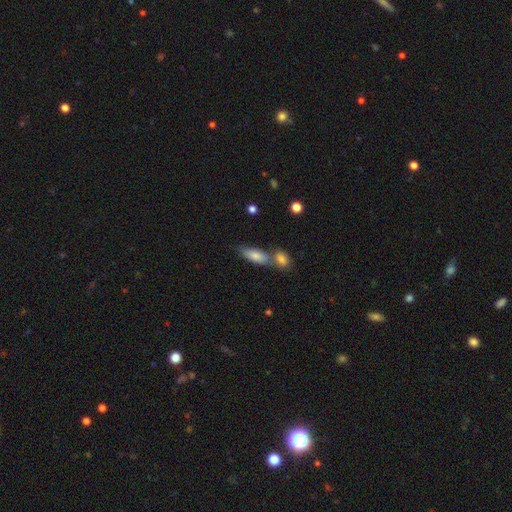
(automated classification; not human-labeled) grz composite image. It shows a smooth galaxy with no disk features (75%) that is in between round and cigar-shaped (67%). Merging: none (48%).